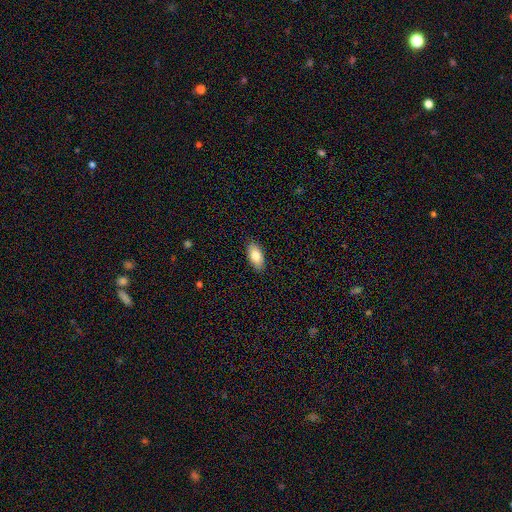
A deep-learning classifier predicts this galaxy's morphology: A smooth galaxy with no disk features (82%) that is in between round and cigar-shaped (92%).

Vote fractions:
- Smooth or featured? smooth: 82% / featured or disk: 12% / star or artifact: 7%
- How rounded? in between: 92% / cigar-shaped: 5% / round: 3%
- Merging? none: 88% / minor disturbance: 9% / major disturbance: 2% / merger: 1%